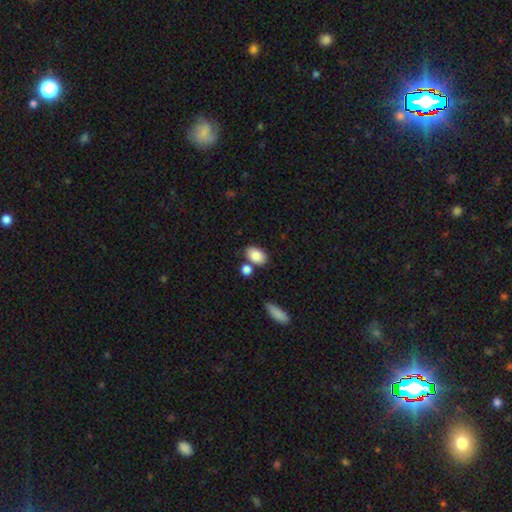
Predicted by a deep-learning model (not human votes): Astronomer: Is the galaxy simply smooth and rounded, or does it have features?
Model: smooth — 85%.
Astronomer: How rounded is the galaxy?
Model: in between — 87%.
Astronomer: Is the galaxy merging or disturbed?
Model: none — 66%.